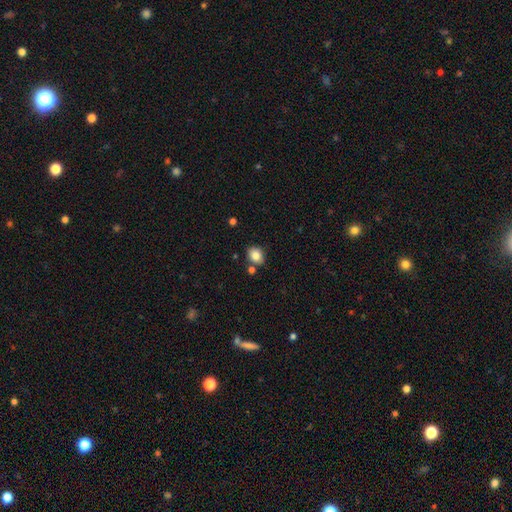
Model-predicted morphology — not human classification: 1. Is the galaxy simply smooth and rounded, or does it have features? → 82% smooth, 10% star or artifact, 8% featured or disk.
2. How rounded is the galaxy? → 55% round, 44% in between, 1% cigar-shaped.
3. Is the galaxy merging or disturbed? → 75% none, 13% minor disturbance, 9% merger, 3% major disturbance.